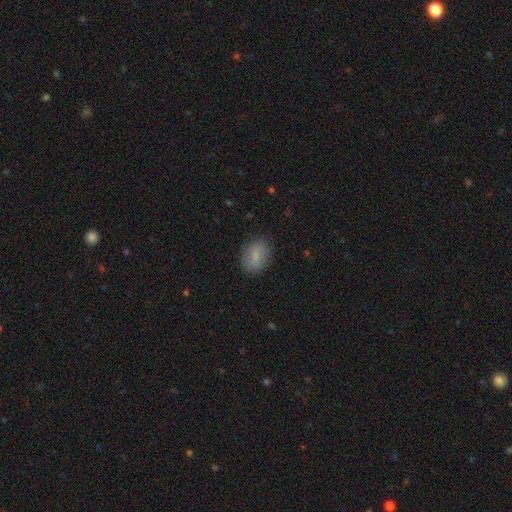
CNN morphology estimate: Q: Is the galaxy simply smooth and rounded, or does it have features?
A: smooth — 74%.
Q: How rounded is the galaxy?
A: in between — 62%.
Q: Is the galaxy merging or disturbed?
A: none — 83%.